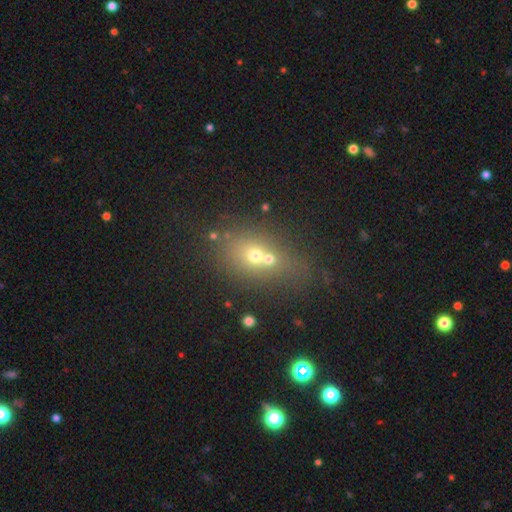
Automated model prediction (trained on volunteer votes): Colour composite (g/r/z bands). It shows a smooth galaxy with no disk features (57%) that is round (55%). Merging: merger (50%).